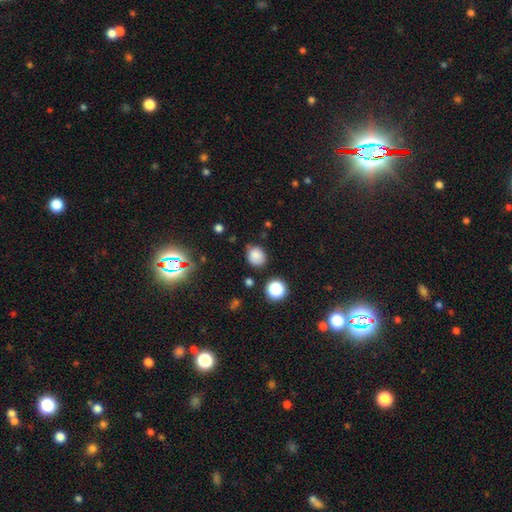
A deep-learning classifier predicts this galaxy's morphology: smooth-or-featured: smooth: 80% | star or artifact: 14% | featured or disk: 6%
  how-rounded: round: 74% | in between: 25% | cigar-shaped: 1%
  merging: none: 72% | minor disturbance: 20% | major disturbance: 4% | merger: 3%